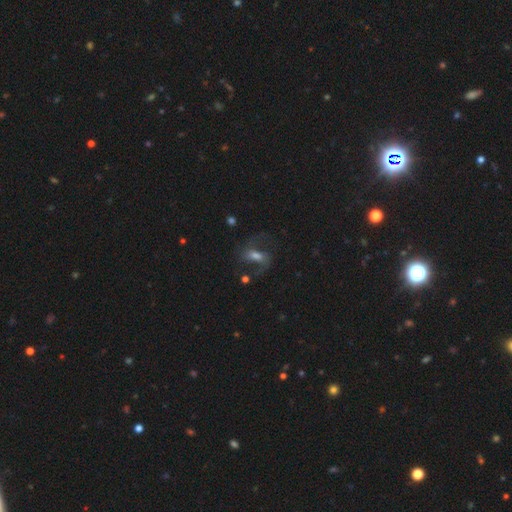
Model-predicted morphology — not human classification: Smooth or featured? featured or disk (69%)
Edge-on disk? no (95%)
Bar? weak (45%)
Spiral arms? yes (88%)
Spiral winding? loose (50%)
Spiral arm count? 2 (87%)
Bulge size? moderate (51%)
Merging? none (61%)